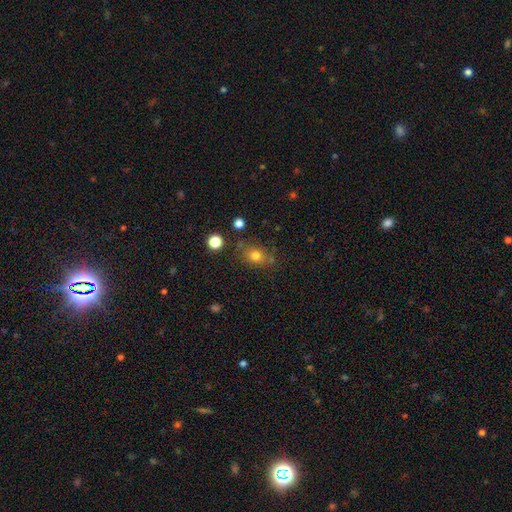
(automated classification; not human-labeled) Smooth or featured? smooth (76%)
How rounded? round (56%)
Merging? none (72%)